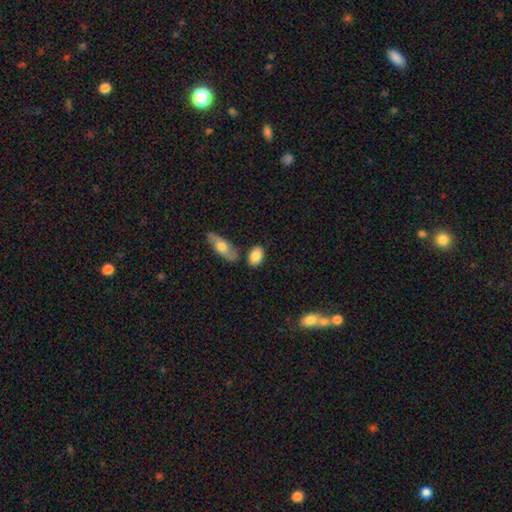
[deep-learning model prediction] A smooth galaxy with no disk features (82%) that is in between round and cigar-shaped (87%). Merging: none (70%).